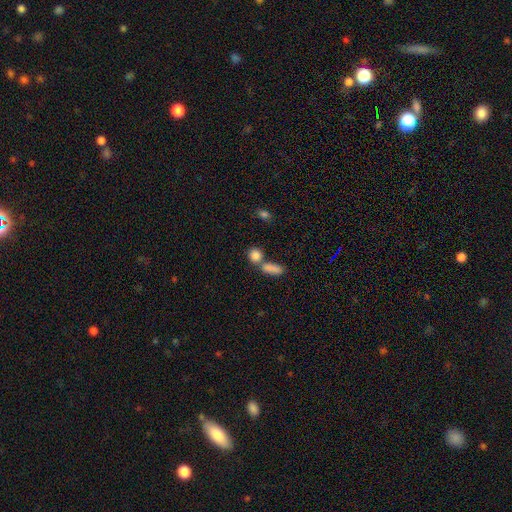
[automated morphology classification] Smooth or featured?
  - smooth: 85% *
  - star or artifact: 9%
  - featured or disk: 6%
How rounded?
  - round: 57% *
  - in between: 36%
  - cigar-shaped: 7%
Merging?
  - none: 48% *
  - merger: 40%
  - minor disturbance: 8%
  - major disturbance: 4%